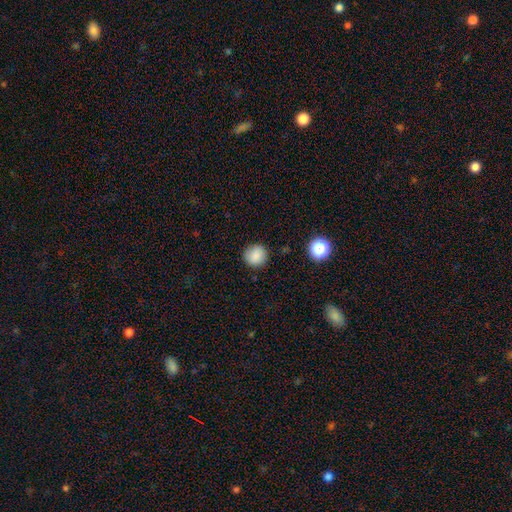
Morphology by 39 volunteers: Smooth or featured: smooth — 85% (featured or disk — 10%)
How rounded: round — 94% (in between — 6%)
Merging: none — 81% (minor disturbance — 11%)